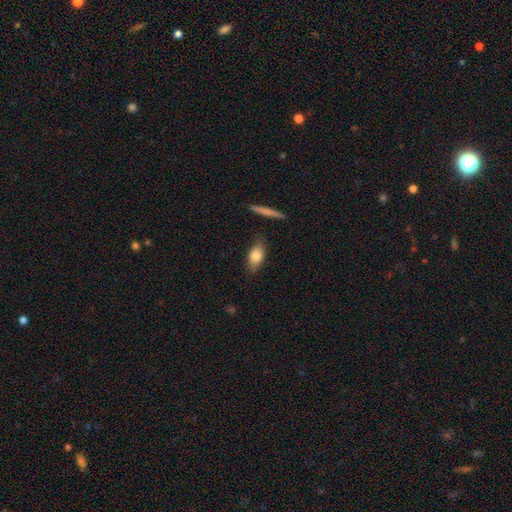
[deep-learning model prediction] Q: Smooth or featured?
A: smooth (77%); runner-up: featured or disk (16%)
Q: How rounded?
A: in between (82%); runner-up: cigar-shaped (13%)
Q: Merging?
A: none (79%); runner-up: minor disturbance (15%)